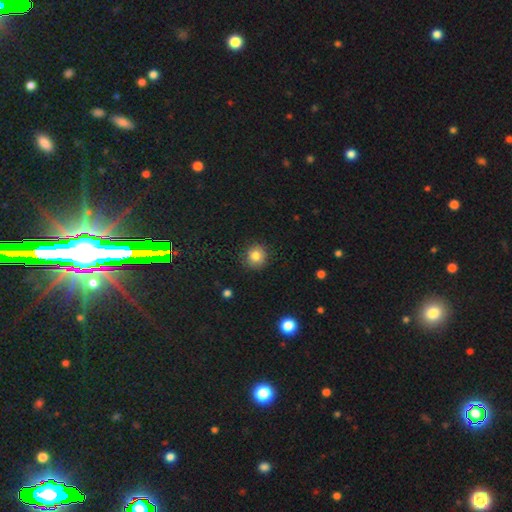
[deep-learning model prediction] smooth_or_featured: smooth (p=0.82) [alt: star or artifact p=0.11]
how_rounded: round (p=0.91) [alt: in between p=0.08]
merging: none (p=0.87) [alt: minor disturbance p=0.09]